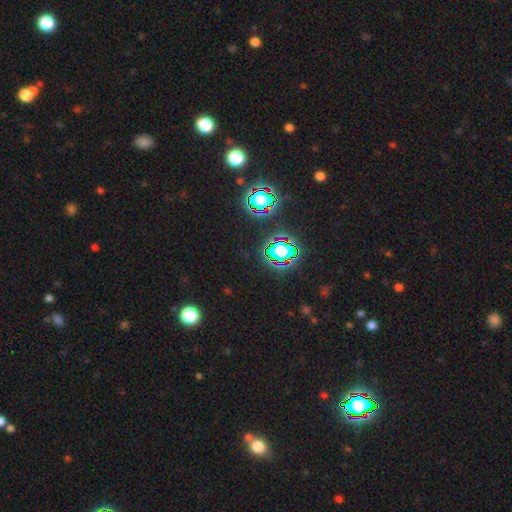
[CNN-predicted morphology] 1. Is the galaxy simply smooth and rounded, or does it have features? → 79% star or artifact, 14% smooth, 8% featured or disk.